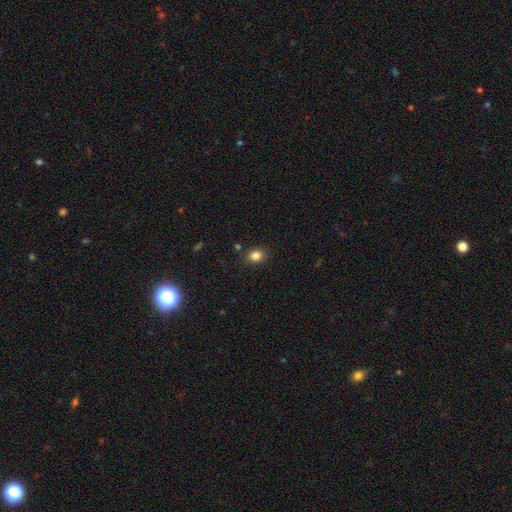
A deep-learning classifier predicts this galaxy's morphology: A smooth galaxy with no disk features (83%) that is round (57%).

Vote fractions:
- Smooth or featured? smooth: 83% / star or artifact: 12% / featured or disk: 5%
- How rounded? round: 57% / in between: 42% / cigar-shaped: 1%
- Merging? none: 86% / minor disturbance: 9% / major disturbance: 2% / merger: 2%